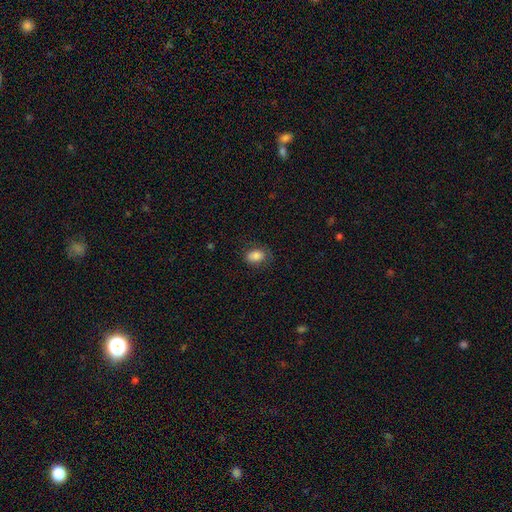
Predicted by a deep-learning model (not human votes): Smooth or featured?
  - smooth: 84% *
  - star or artifact: 9%
  - featured or disk: 8%
How rounded?
  - in between: 81% *
  - round: 18%
  - cigar-shaped: 1%
Merging?
  - none: 73% *
  - minor disturbance: 19%
  - major disturbance: 6%
  - merger: 1%